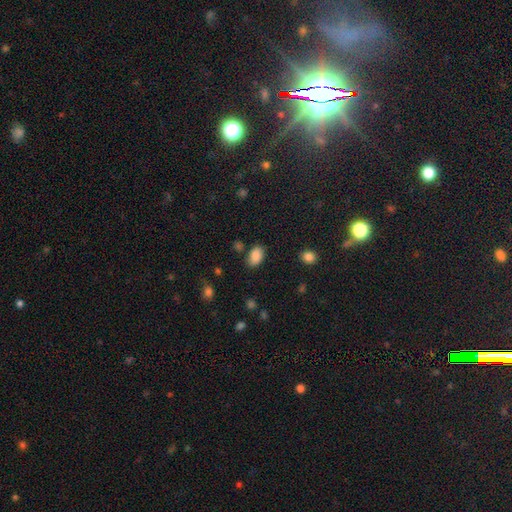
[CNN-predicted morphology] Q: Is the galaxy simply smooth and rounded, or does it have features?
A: smooth — 88%.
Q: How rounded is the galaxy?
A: in between — 90%.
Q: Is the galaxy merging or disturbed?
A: none — 78%.